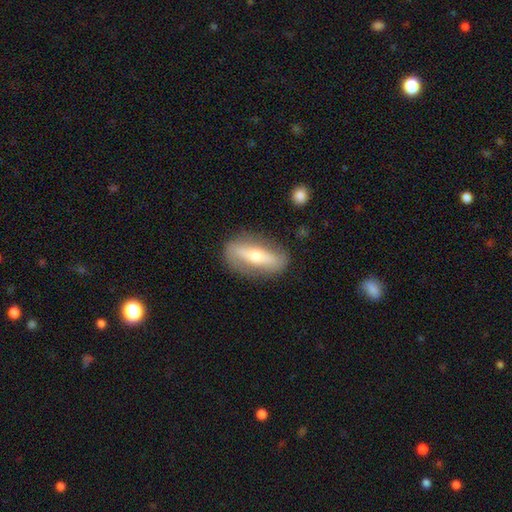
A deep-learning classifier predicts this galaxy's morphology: Smooth or featured: featured or disk — 56% (smooth — 38%)
Edge-on disk: no — 53% (yes — 47%)
Merging: none — 82% (minor disturbance — 12%)